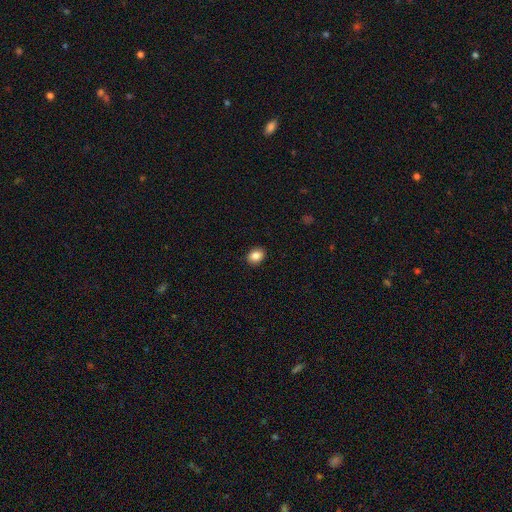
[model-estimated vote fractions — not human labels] smooth-or-featured: smooth: 85% | star or artifact: 9% | featured or disk: 6%
  how-rounded: in between: 53% | round: 46% | cigar-shaped: 1%
  merging: none: 90% | minor disturbance: 7% | major disturbance: 2% | merger: 1%